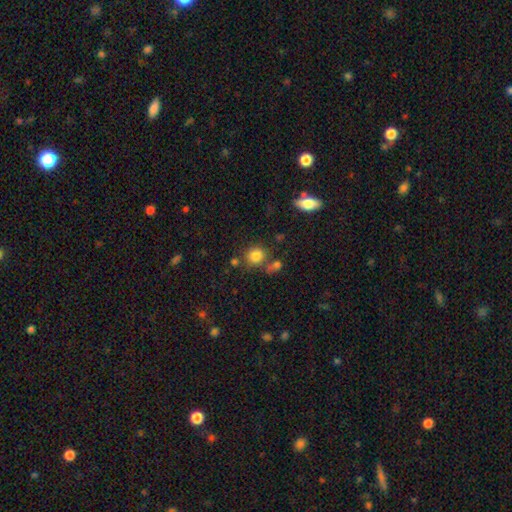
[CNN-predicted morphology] smooth 82%, star or artifact 11%, featured or disk 7%. Down the decision tree: how rounded — round (81%); merging — none (68%).